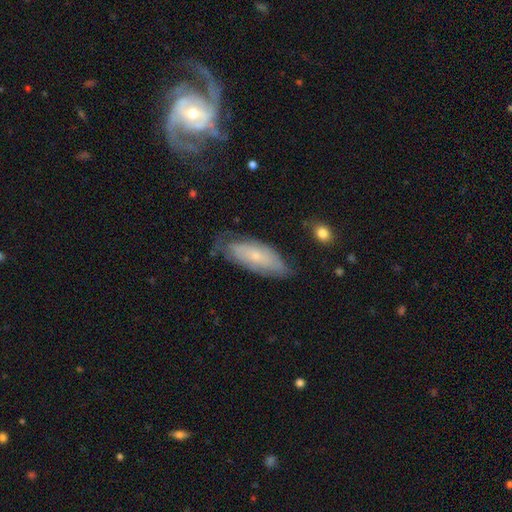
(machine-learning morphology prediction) Smooth or featured: smooth — 48% (featured or disk — 45%)
Merging: none — 60% (minor disturbance — 29%)